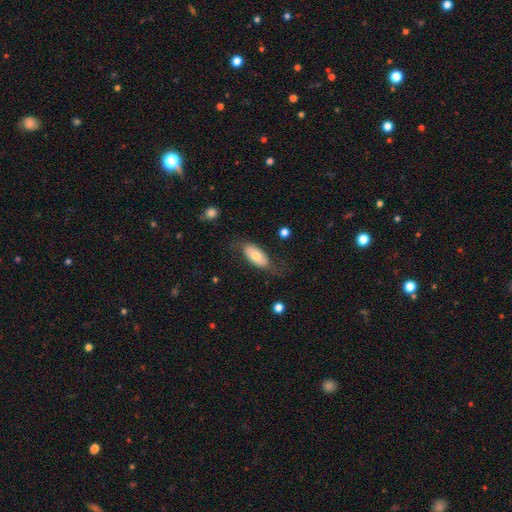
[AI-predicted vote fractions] Smooth or featured?
  - smooth: 67% *
  - featured or disk: 27%
  - star or artifact: 7%
How rounded?
  - in between: 86% *
  - cigar-shaped: 11%
  - round: 3%
Merging?
  - none: 66% *
  - minor disturbance: 21%
  - major disturbance: 11%
  - merger: 2%